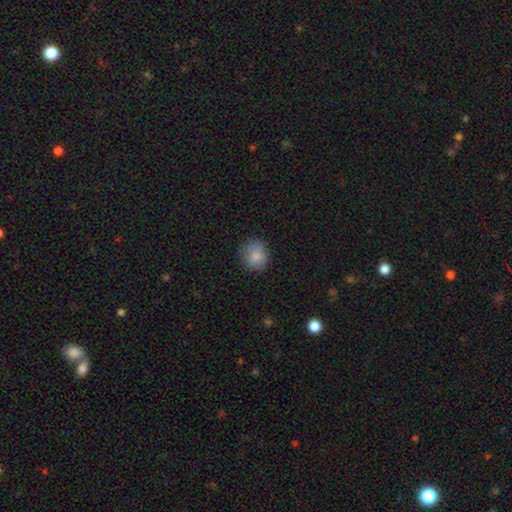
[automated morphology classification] smooth 86%, star or artifact 8%, featured or disk 6%. Down the decision tree: how rounded — round (81%); merging — none (83%).